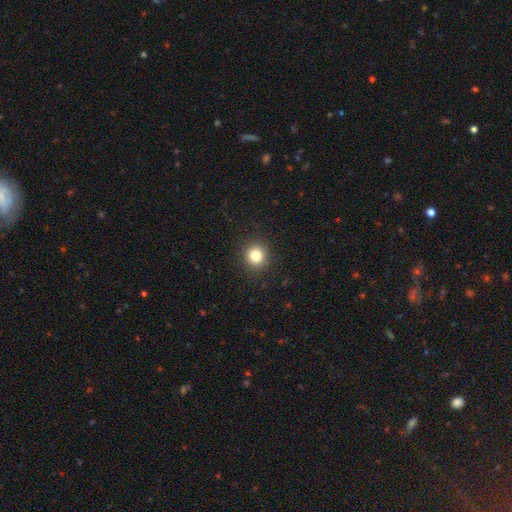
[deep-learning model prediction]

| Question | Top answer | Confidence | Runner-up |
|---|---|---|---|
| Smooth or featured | smooth | 82% | star or artifact (12%) |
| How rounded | round | 88% | in between (11%) |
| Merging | none | 91% | minor disturbance (6%) |